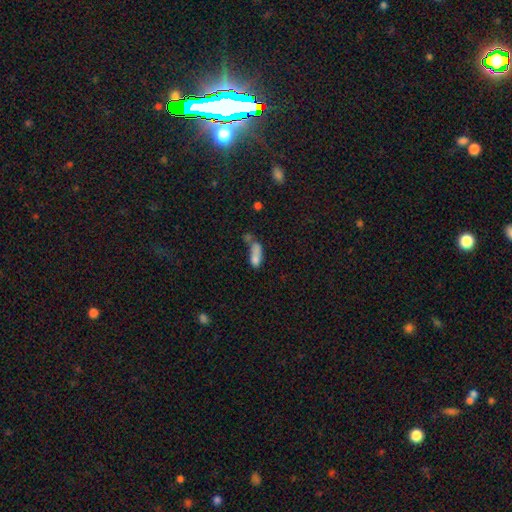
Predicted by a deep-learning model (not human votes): Smooth or featured?
  - smooth: 74% *
  - featured or disk: 15%
  - star or artifact: 11%
How rounded?
  - in between: 74% *
  - cigar-shaped: 21%
  - round: 6%
Merging?
  - merger: 45% *
  - none: 21%
  - major disturbance: 17%
  - minor disturbance: 16%